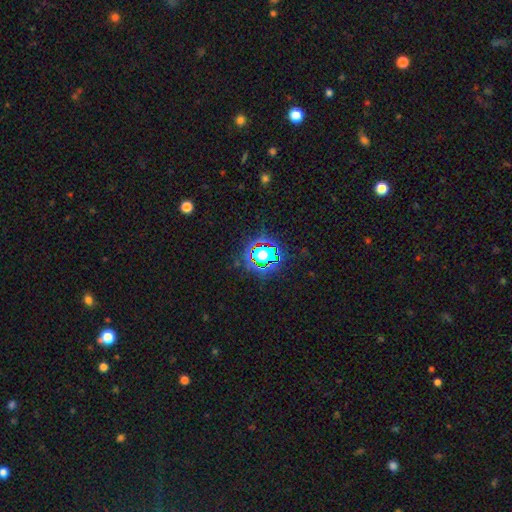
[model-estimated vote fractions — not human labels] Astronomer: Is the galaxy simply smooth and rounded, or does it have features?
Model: star or artifact — 66%.